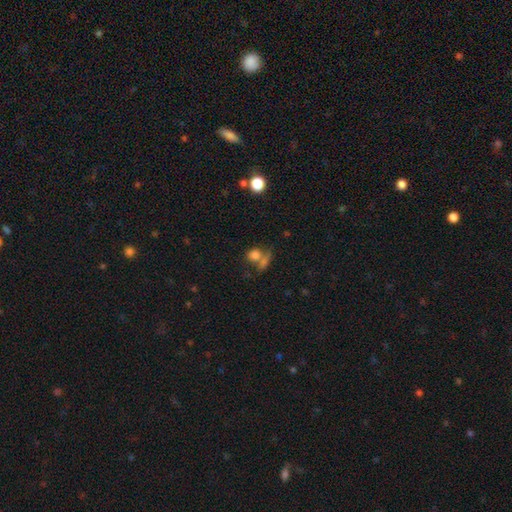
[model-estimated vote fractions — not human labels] Morphology: type=smooth (77%); roundness=round (64%); merging=merger (42%).